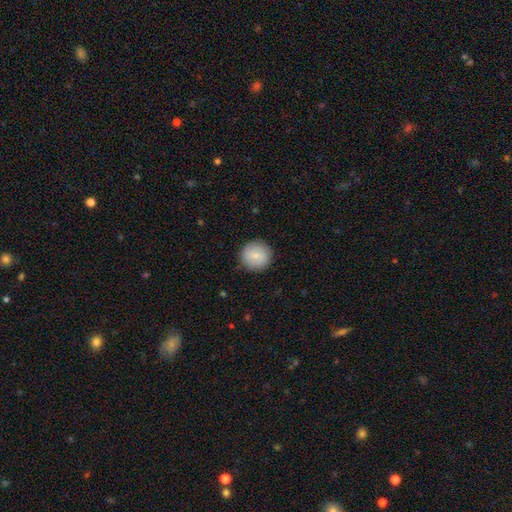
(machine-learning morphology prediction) smooth 82%, featured or disk 11%, star or artifact 7%. Down the decision tree: how rounded — round (92%); merging — none (89%).